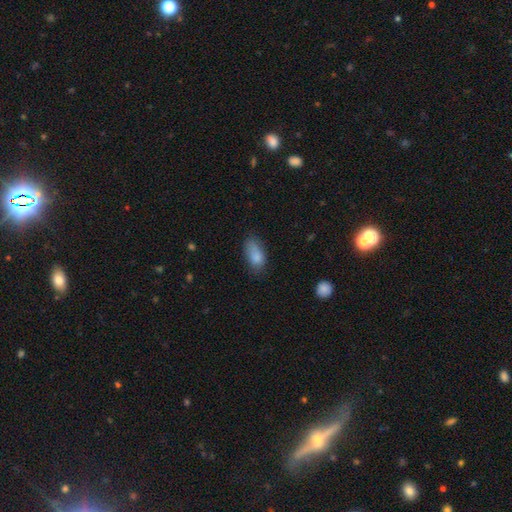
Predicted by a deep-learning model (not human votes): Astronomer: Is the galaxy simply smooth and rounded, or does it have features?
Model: smooth — 83%.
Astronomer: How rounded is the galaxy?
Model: in between — 90%.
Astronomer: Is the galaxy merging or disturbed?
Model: none — 56%.